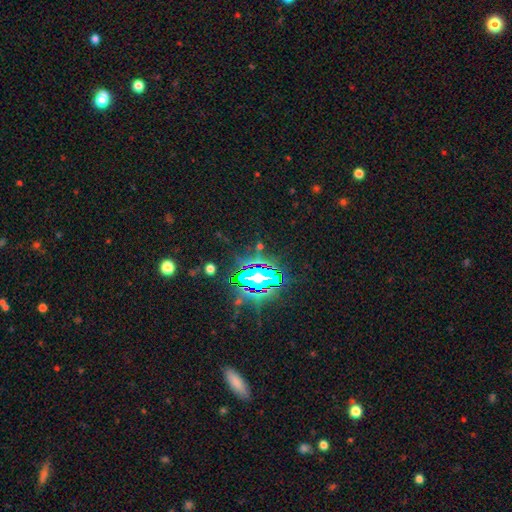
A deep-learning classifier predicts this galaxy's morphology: type=star or artifact (82%).